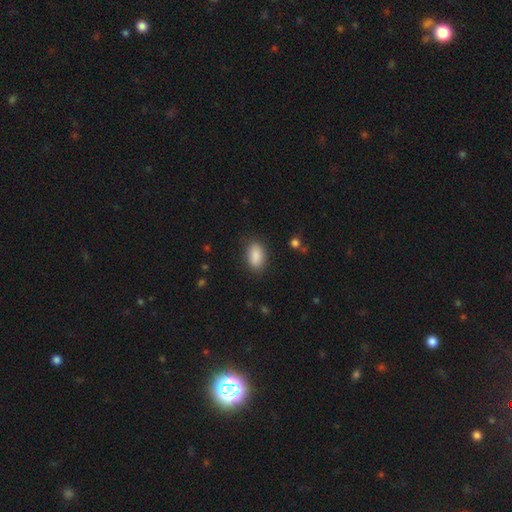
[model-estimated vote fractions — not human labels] This appears to be a smooth galaxy with no disk features (89%) that is in between round and cigar-shaped (92%). Merging: none (84%).